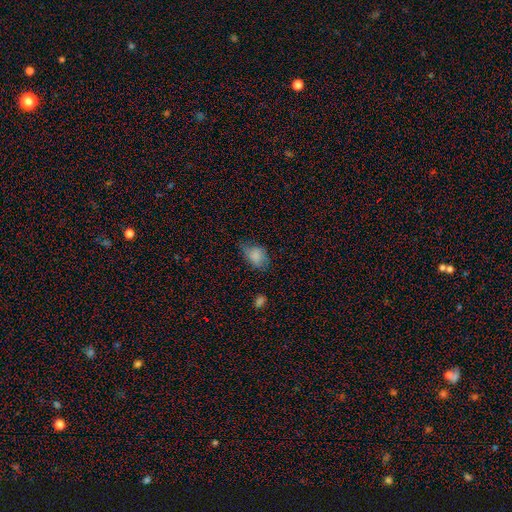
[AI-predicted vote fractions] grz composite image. It shows a smooth galaxy with no disk features (80%) that is in between round and cigar-shaped (75%). Merging: none (41%, tied with minor disturbance).